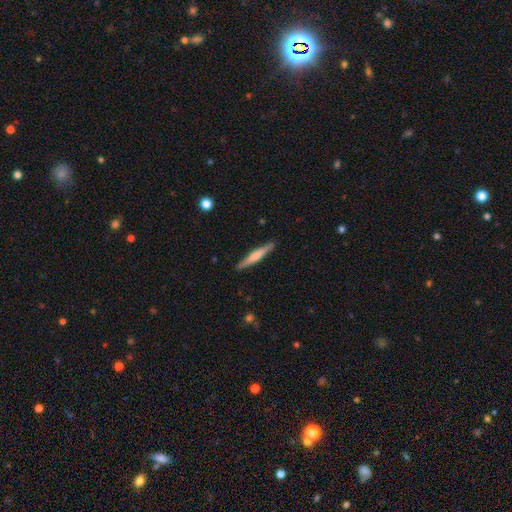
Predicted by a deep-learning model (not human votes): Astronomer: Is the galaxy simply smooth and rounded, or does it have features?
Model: featured or disk — 48% (runner-up: smooth, 47%).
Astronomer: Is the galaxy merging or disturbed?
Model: none — 90%.